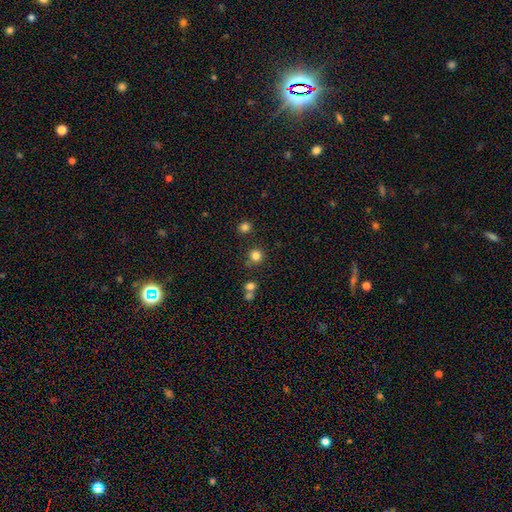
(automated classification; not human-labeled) A smooth galaxy with no disk features (80%) that is round (93%).

Vote fractions:
- Smooth or featured? smooth: 80% / star or artifact: 15% / featured or disk: 5%
- How rounded? round: 93% / in between: 6% / cigar-shaped: 1%
- Merging? none: 79% / merger: 10% / minor disturbance: 8% / major disturbance: 3%